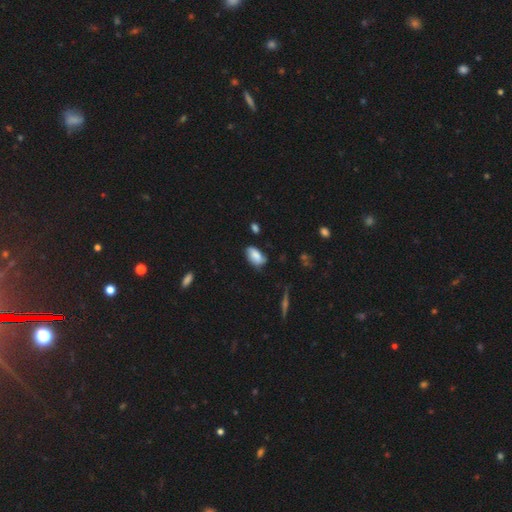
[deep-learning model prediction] A smooth galaxy with no disk features (74%) that is in between round and cigar-shaped (91%). Merging: none (61%).